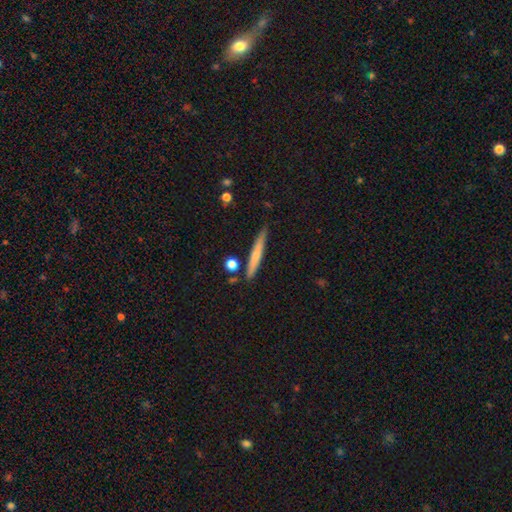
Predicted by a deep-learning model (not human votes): The model was most divided on "smooth or featured": smooth: 58%, featured or disk: 36%, star or artifact: 6%. More confident: how rounded — cigar-shaped (95%); merging — none (83%).